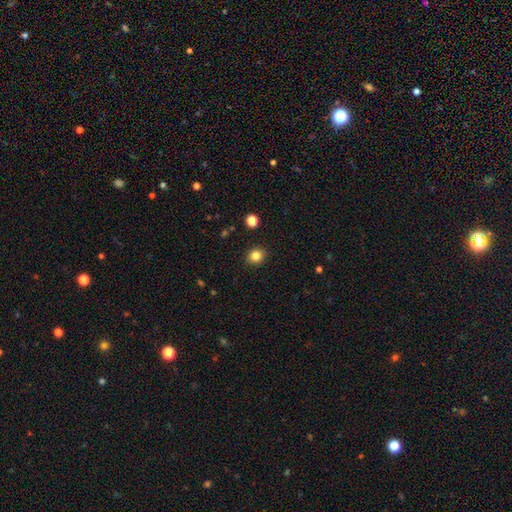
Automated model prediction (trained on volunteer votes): Overall: smooth (83%). How rounded: round (76%). Merging: none (90%).